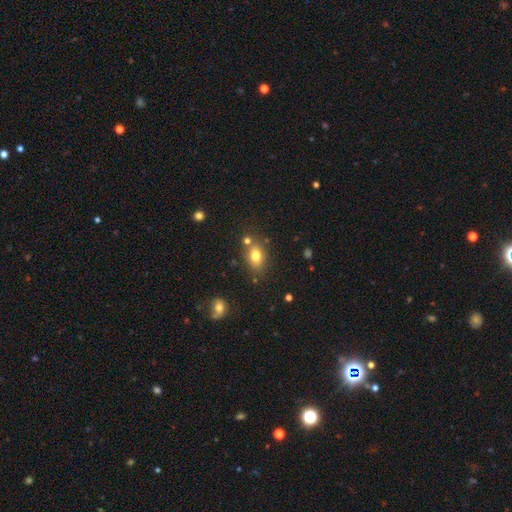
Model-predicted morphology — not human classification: A smooth galaxy with no disk features (75%) that is in between round and cigar-shaped (72%).

Vote fractions:
- Smooth or featured? smooth: 75% / featured or disk: 12% / star or artifact: 12%
- How rounded? in between: 72% / round: 26% / cigar-shaped: 2%
- Merging? none: 69% / minor disturbance: 14% / merger: 13% / major disturbance: 4%